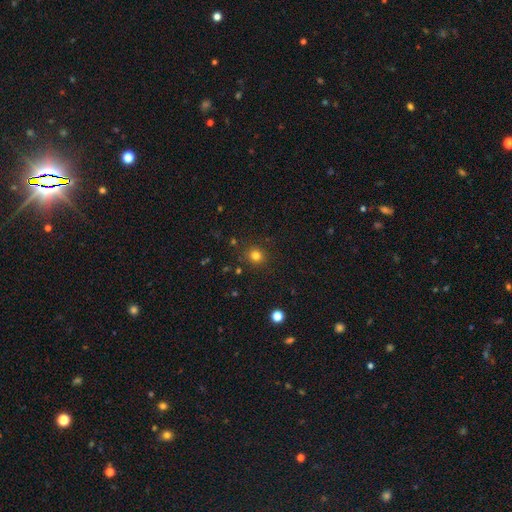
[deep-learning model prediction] A smooth galaxy with no disk features (80%) that is round (87%). Merging: none (88%).